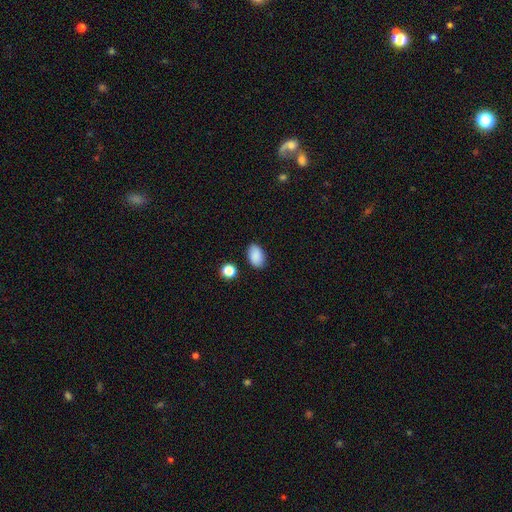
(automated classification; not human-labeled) The model was most divided on "merging": none: 84%, minor disturbance: 10%, merger: 3%, major disturbance: 2%. More confident: how rounded — in between (88%); smooth or featured — smooth (88%).